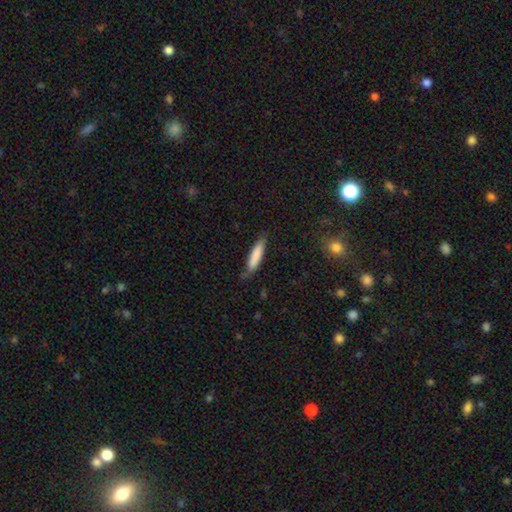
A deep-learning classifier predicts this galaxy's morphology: Overall: smooth (81%). How rounded: cigar-shaped (81%). Merging: none (73%).